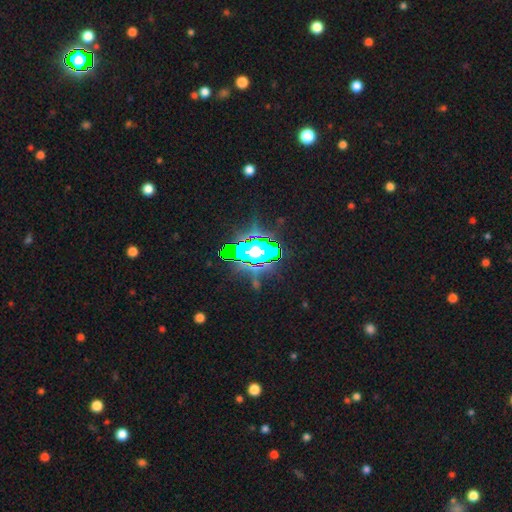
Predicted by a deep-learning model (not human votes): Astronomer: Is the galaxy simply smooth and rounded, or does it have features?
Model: star or artifact — 79%.